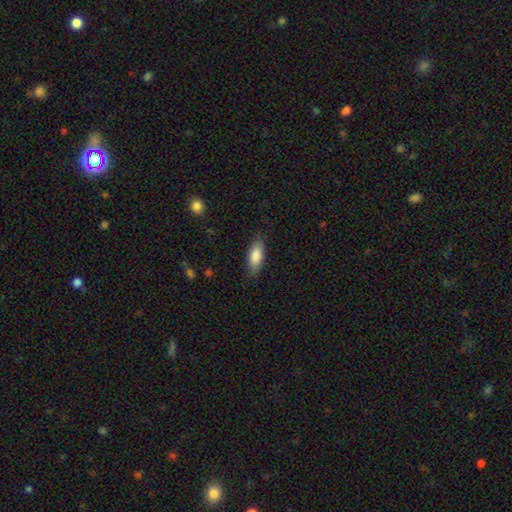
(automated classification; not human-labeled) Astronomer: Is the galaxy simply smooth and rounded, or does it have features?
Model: smooth — 85%.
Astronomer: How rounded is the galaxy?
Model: in between — 77%.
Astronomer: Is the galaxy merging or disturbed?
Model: none — 80%.